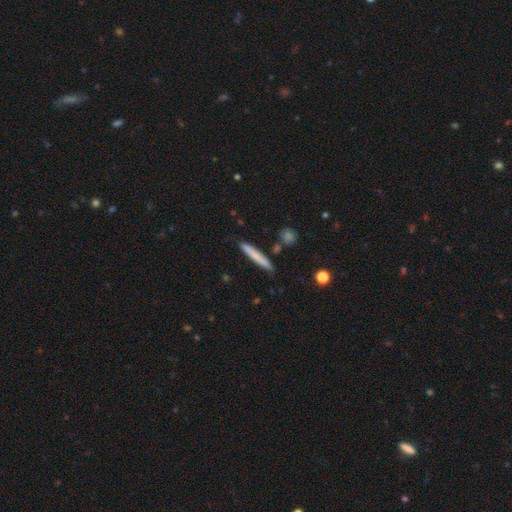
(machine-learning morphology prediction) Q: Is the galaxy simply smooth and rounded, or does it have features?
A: smooth — 72%.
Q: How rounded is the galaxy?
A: cigar-shaped — 95%.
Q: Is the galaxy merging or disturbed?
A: none — 86%.